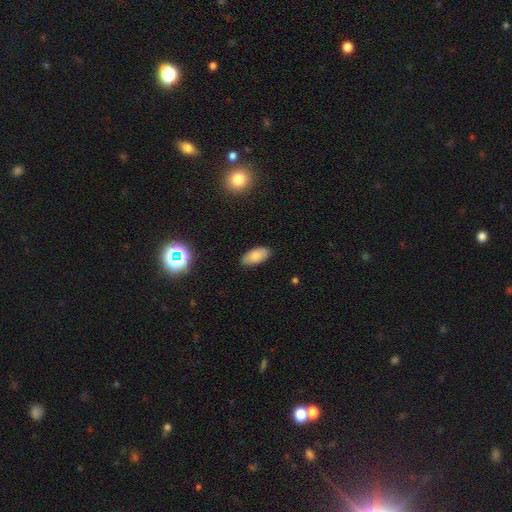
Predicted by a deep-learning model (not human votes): A smooth galaxy with no disk features (81%) that is in between round and cigar-shaped (93%).

Vote fractions:
- Smooth or featured? smooth: 81% / featured or disk: 10% / star or artifact: 9%
- How rounded? in between: 93% / cigar-shaped: 5% / round: 2%
- Merging? none: 85% / minor disturbance: 12% / major disturbance: 2% / merger: 1%